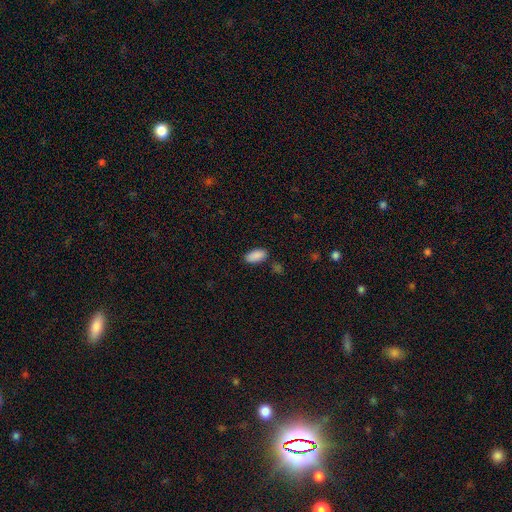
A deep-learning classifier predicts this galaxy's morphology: Overall: smooth (89%). How rounded: in between (93%). Merging: none (83%).